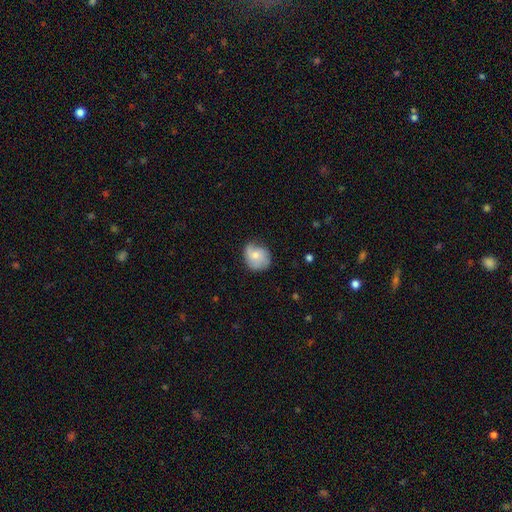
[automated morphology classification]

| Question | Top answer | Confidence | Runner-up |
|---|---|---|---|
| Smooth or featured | smooth | 54% | featured or disk (39%) |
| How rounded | round | 70% | in between (29%) |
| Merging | none | 60% | minor disturbance (29%) |